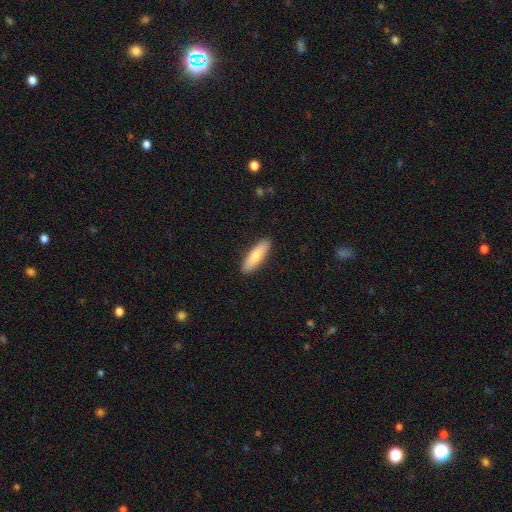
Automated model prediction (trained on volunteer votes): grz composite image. It shows a smooth galaxy with no disk features (77%) that is cigar-shaped (61%). Merging: none (91%).